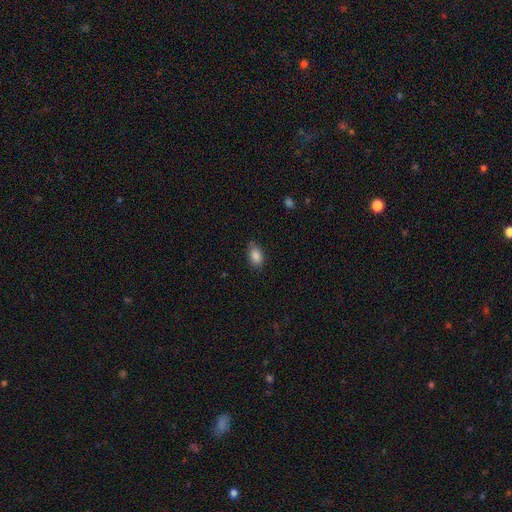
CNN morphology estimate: smooth_or_featured: smooth (p=0.87) [alt: star or artifact p=0.08]
how_rounded: in between (p=0.90) [alt: round p=0.07]
merging: none (p=0.75) [alt: minor disturbance p=0.20]